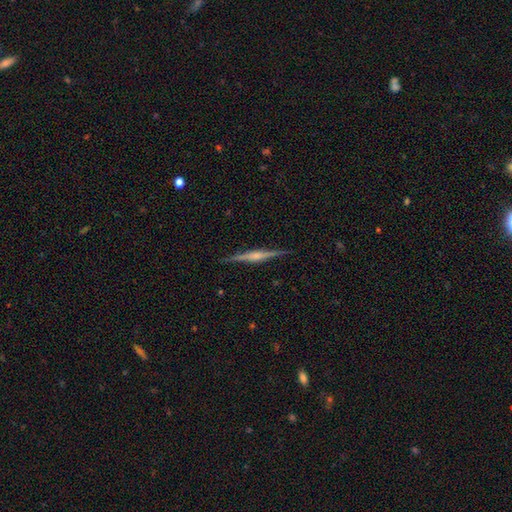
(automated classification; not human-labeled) This is clearly a featured or disk galaxy (81%). It is clearly viewed edge-on (98%). Edge-on bulge: likely rounded (67%). Merging: clearly none (90%).